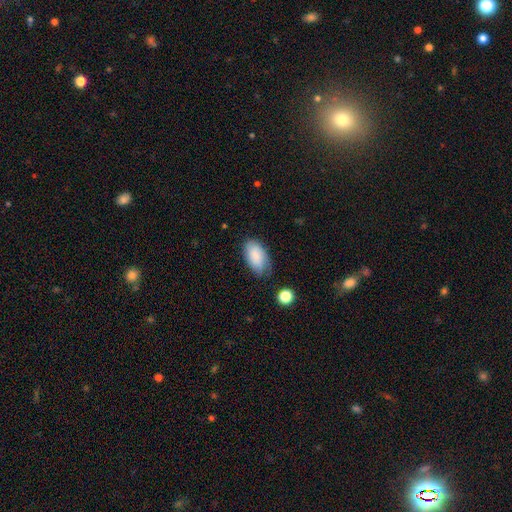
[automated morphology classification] smooth-or-featured: smooth: 82% | featured or disk: 11% | star or artifact: 7%
  how-rounded: in between: 94% | round: 4% | cigar-shaped: 2%
  merging: none: 66% | minor disturbance: 26% | major disturbance: 6% | merger: 2%